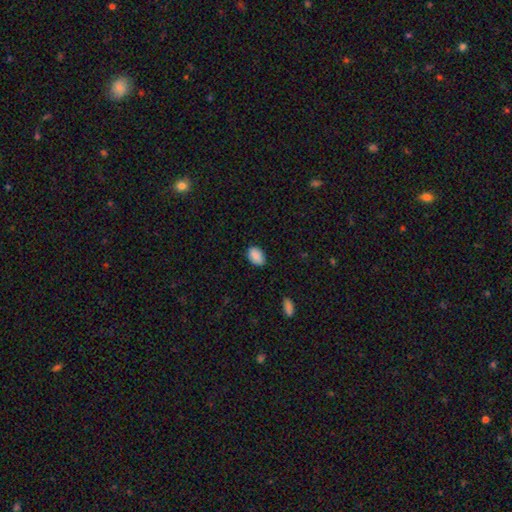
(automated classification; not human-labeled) Smooth or featured: smooth — 90% (star or artifact — 7%)
How rounded: in between — 87% (round — 12%)
Merging: none — 85% (minor disturbance — 12%)